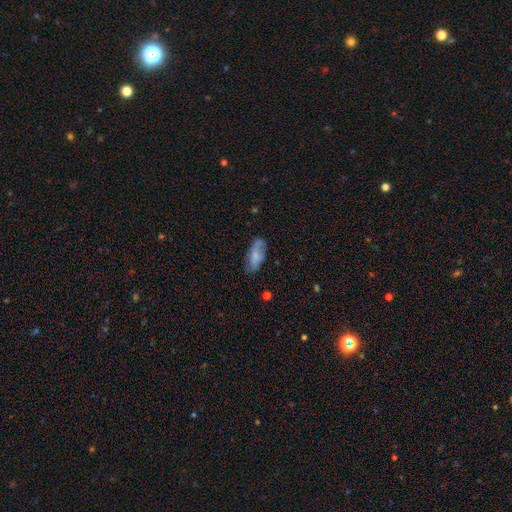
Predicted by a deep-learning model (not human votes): This is possibly a smooth galaxy (58%). How rounded: clearly in between (84%). Merging: possibly none (57%).